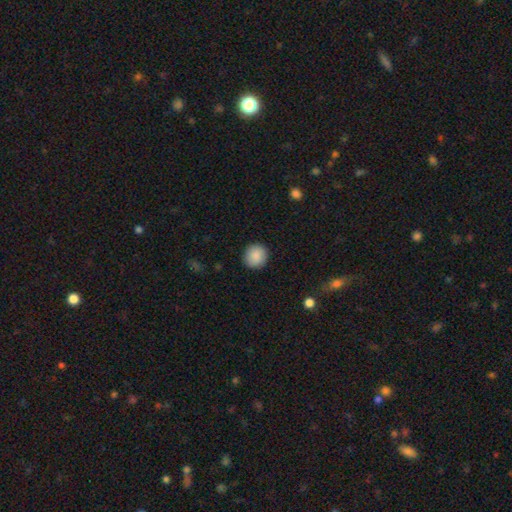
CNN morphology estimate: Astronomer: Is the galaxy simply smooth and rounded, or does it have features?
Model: smooth — 89%.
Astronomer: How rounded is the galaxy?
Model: round — 91%.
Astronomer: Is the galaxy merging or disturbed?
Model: none — 92%.